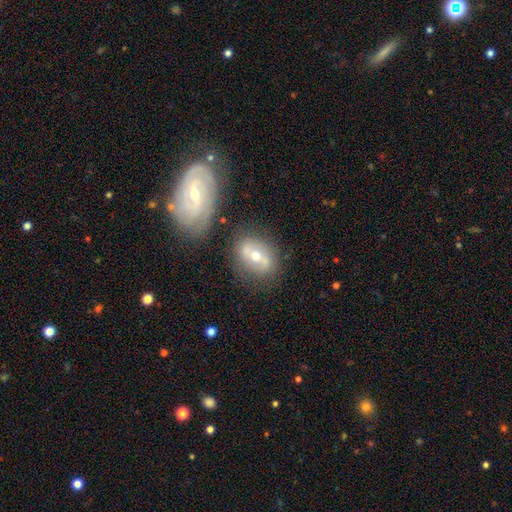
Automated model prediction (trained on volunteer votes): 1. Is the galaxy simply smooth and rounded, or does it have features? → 64% featured or disk, 28% smooth, 8% star or artifact.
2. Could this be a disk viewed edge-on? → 93% no, 7% yes.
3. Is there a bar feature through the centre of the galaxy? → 34% weak, 33% strong, 33% no.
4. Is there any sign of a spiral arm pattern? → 66% yes, 34% no.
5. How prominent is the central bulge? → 68% moderate, 26% small, 4% large, 1% none, 1% dominant.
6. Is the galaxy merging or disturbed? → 70% none, 15% minor disturbance, 9% merger, 6% major disturbance.